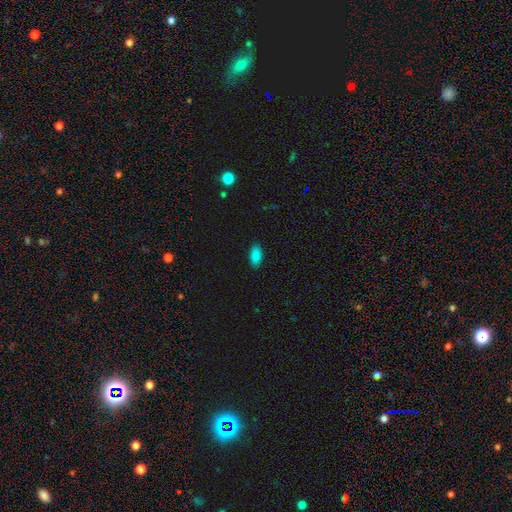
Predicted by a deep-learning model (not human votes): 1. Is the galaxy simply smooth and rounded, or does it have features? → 87% smooth, 8% star or artifact, 5% featured or disk.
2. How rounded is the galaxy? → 91% in between, 7% cigar-shaped, 2% round.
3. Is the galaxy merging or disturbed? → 89% none, 8% minor disturbance, 2% major disturbance, 1% merger.